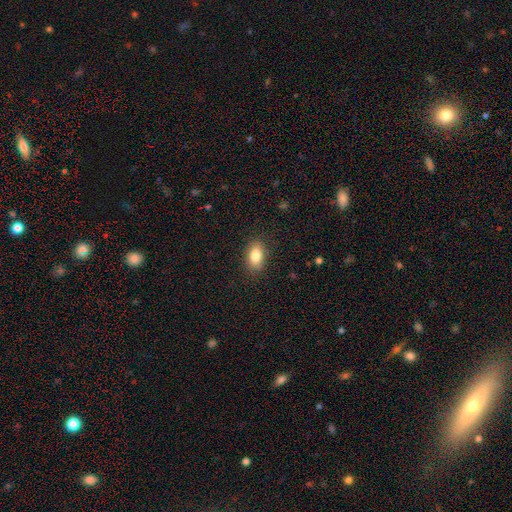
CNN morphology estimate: The model was most divided on "smooth or featured": smooth: 83%, featured or disk: 8%, star or artifact: 8%. More confident: how rounded — in between (88%); merging — none (87%).